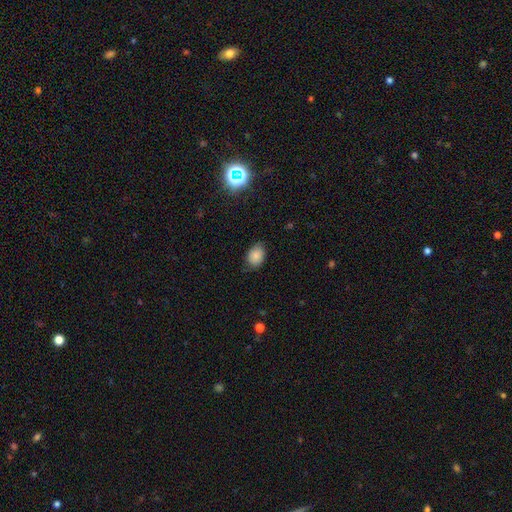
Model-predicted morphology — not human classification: smooth-or-featured: smooth: 83% | star or artifact: 9% | featured or disk: 8%
  how-rounded: in between: 75% | round: 24% | cigar-shaped: 1%
  merging: none: 73% | minor disturbance: 21% | major disturbance: 4% | merger: 1%